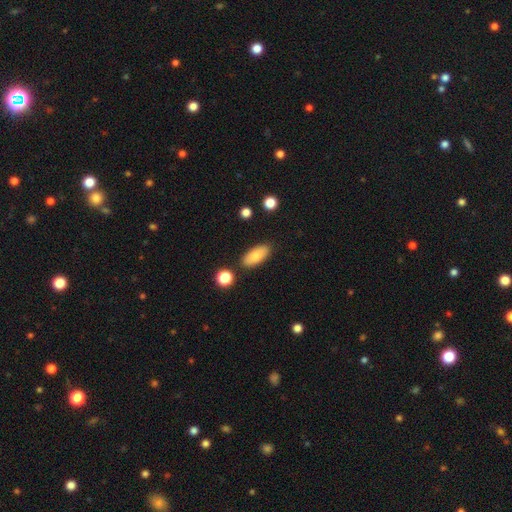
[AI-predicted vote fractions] Smooth or featured? smooth (81%)
How rounded? in between (86%)
Merging? none (85%)